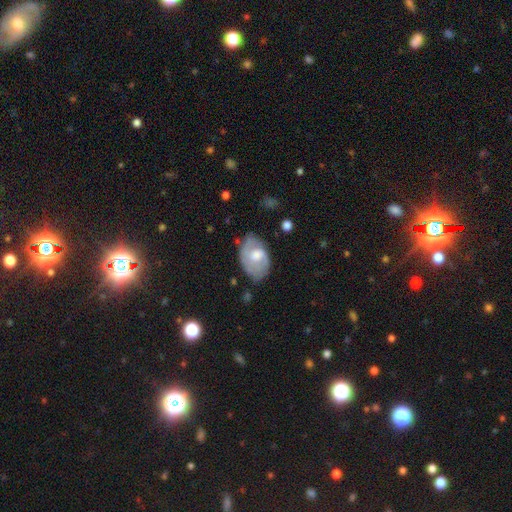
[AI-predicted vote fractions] Morphology: type=featured or disk (56%); edge-on=no (96%); bar=no (65%); spiral arms=yes (69%); bulge=moderate (53%); merging=none (56%).